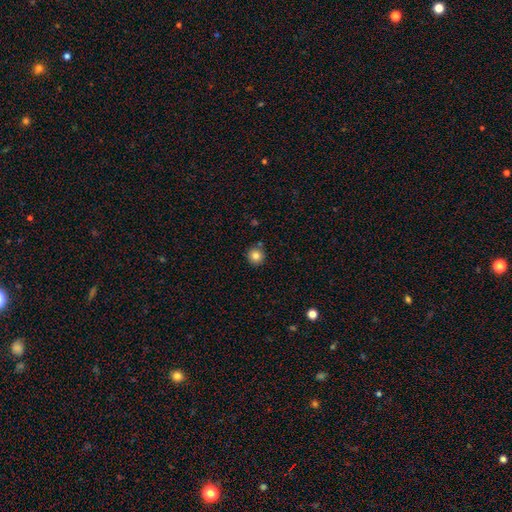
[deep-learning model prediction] The model was most divided on "smooth or featured": smooth: 83%, star or artifact: 11%, featured or disk: 6%. More confident: how rounded — round (95%); merging — none (86%).